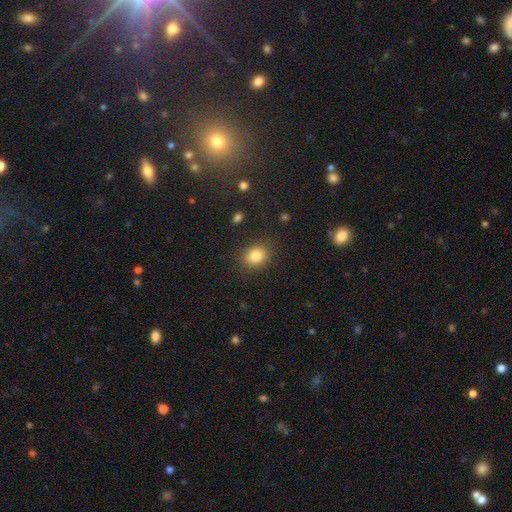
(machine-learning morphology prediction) smooth_or_featured: smooth (p=0.83) [alt: star or artifact p=0.11]
how_rounded: round (p=0.59) [alt: in between p=0.40]
merging: none (p=0.86) [alt: minor disturbance p=0.09]